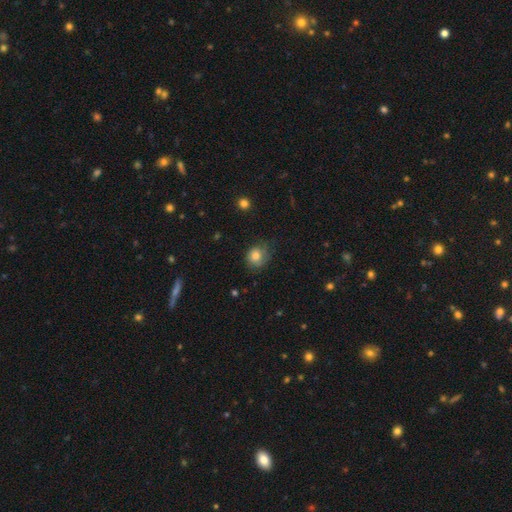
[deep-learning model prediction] This appears to be a smooth galaxy with no disk features (72%) that is round (72%). Merging: none (60%).